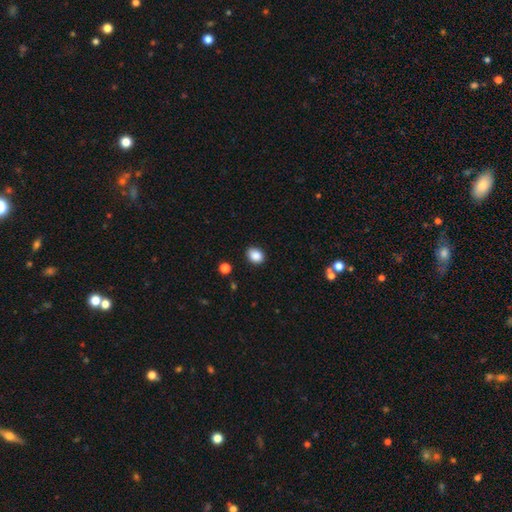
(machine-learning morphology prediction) type=smooth (87%); roundness=in between (51%); merging=none (86%).